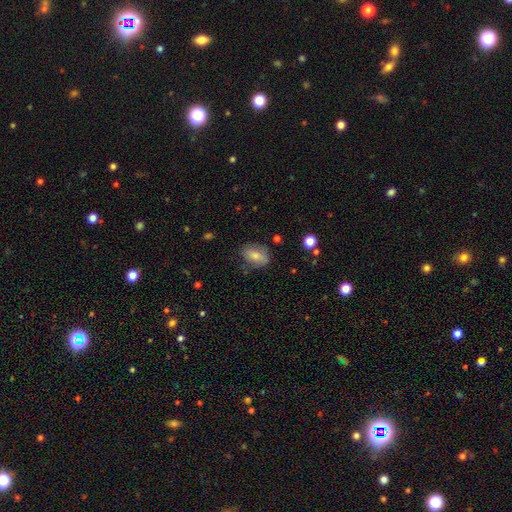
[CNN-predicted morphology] A smooth galaxy with no disk features (74%) that is in between round and cigar-shaped (83%).

Vote fractions:
- Smooth or featured? smooth: 74% / featured or disk: 17% / star or artifact: 8%
- How rounded? in between: 83% / round: 15% / cigar-shaped: 2%
- Merging? none: 71% / minor disturbance: 21% / major disturbance: 6% / merger: 2%